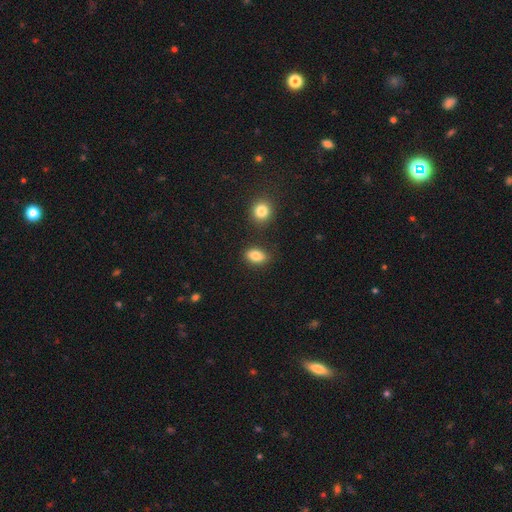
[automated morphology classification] Smooth or featured? Predicted: smooth (p=0.85). How rounded? Predicted: in between (p=0.85). Merging? Predicted: none (p=0.83).